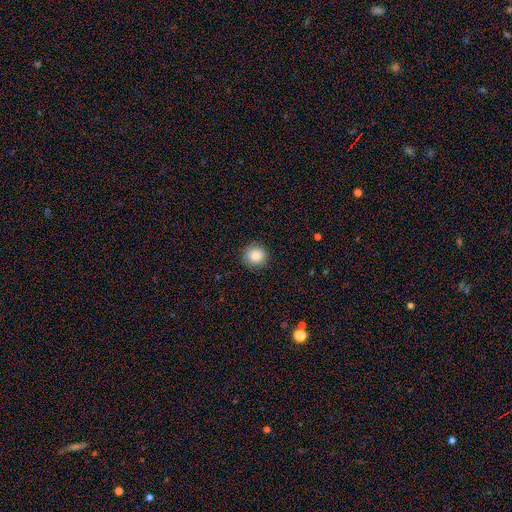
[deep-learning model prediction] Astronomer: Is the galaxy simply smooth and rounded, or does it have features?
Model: smooth — 84%.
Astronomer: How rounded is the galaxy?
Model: round — 94%.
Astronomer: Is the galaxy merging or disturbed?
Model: none — 89%.